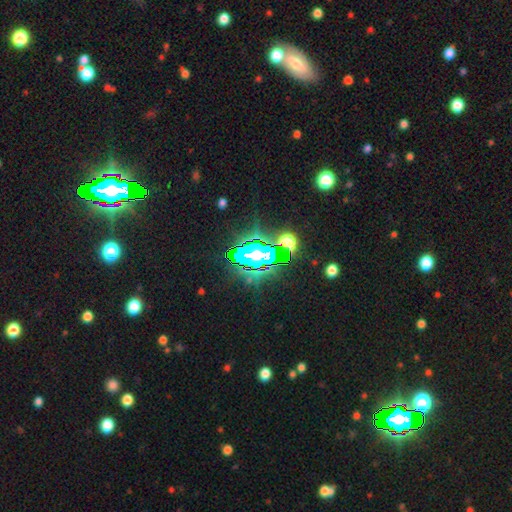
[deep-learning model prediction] smooth_or_featured: star or artifact (p=0.70) [alt: smooth p=0.16]